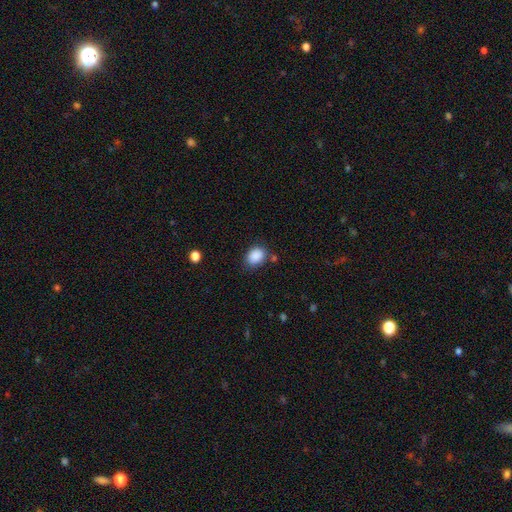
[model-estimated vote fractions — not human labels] Smooth or featured: smooth — 88% (star or artifact — 8%)
How rounded: in between — 63% (round — 36%)
Merging: none — 72% (minor disturbance — 18%)